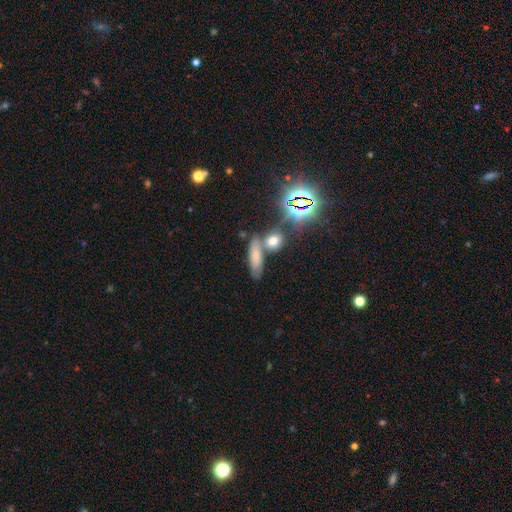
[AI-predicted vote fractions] smooth 65%, star or artifact 19%, featured or disk 17%. Down the decision tree: how rounded — in between (49%); merging — none (56%).